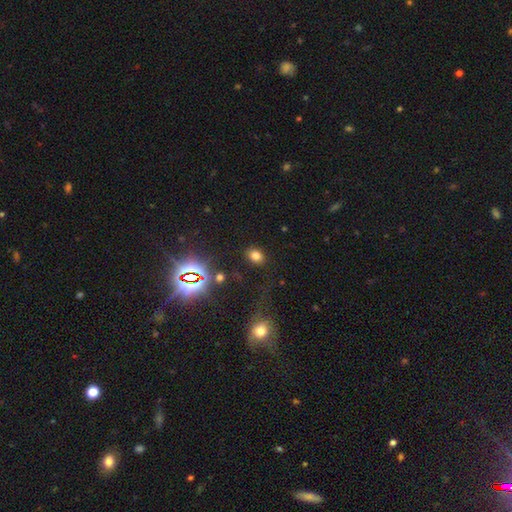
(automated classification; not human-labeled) A smooth galaxy with no disk features (72%) that is in between round and cigar-shaped (56%). Merging: none (85%).